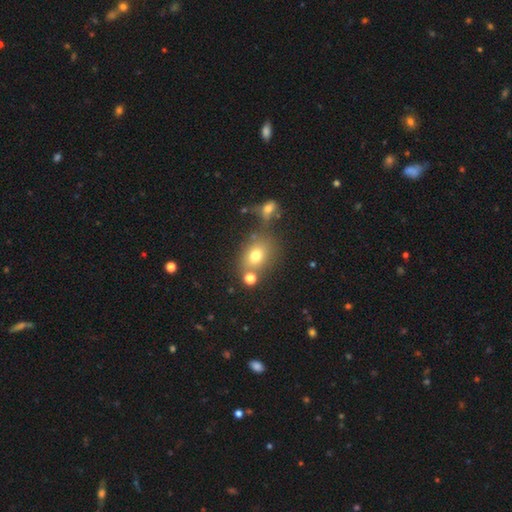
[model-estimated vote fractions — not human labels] Q: Smooth or featured?
A: smooth (71%); runner-up: star or artifact (15%)
Q: How rounded?
A: in between (53%); runner-up: round (45%)
Q: Merging?
A: none (63%); runner-up: merger (18%)